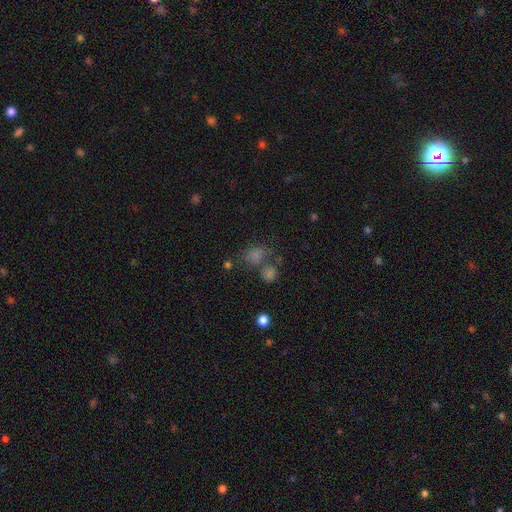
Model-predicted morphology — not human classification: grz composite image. It shows a smooth galaxy with no disk features (58%) that is in between round and cigar-shaped (51%). Merging: none (50%).